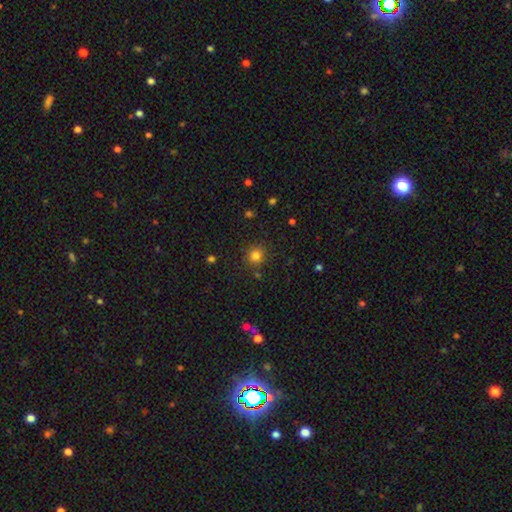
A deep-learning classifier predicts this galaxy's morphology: Smooth or featured: smooth — 80% (star or artifact — 14%)
How rounded: round — 90% (in between — 9%)
Merging: none — 87% (minor disturbance — 8%)